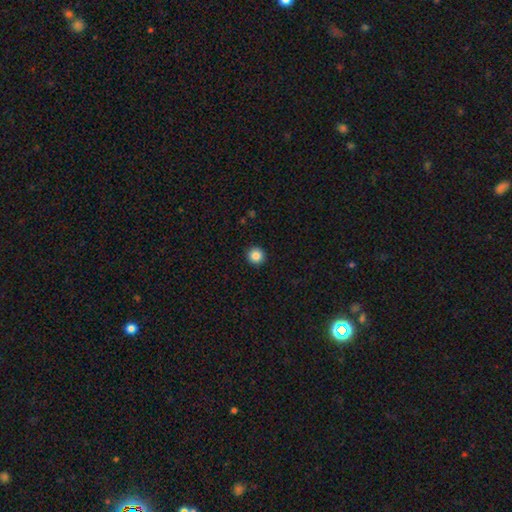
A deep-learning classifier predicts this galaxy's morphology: This is clearly a smooth galaxy (87%). How rounded: clearly round (95%). Merging: clearly none (93%).